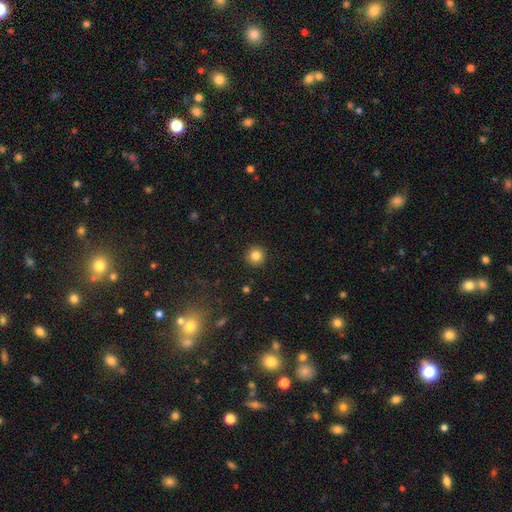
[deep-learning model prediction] Overall: smooth (84%). How rounded: round (95%). Merging: none (92%).